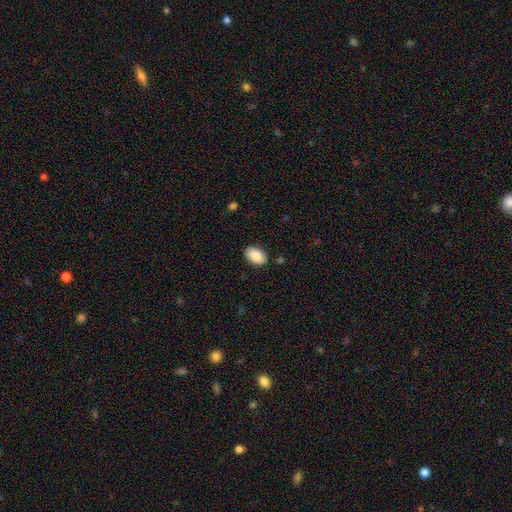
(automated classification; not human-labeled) Smooth or featured? Predicted: smooth (p=0.89). How rounded? Predicted: in between (p=0.90). Merging? Predicted: none (p=0.87).